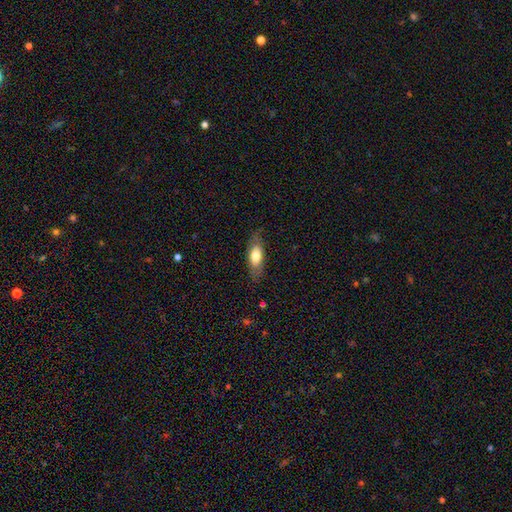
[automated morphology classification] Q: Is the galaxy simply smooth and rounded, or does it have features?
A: smooth — 68%.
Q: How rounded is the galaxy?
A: in between — 72%.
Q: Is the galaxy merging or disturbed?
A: none — 79%.